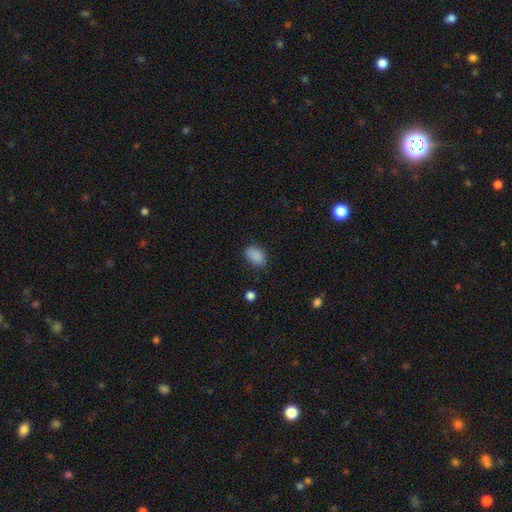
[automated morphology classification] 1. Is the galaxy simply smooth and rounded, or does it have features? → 88% smooth, 9% star or artifact, 3% featured or disk.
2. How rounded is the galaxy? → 88% in between, 10% round, 1% cigar-shaped.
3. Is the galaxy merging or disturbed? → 81% none, 14% minor disturbance, 4% major disturbance, 1% merger.